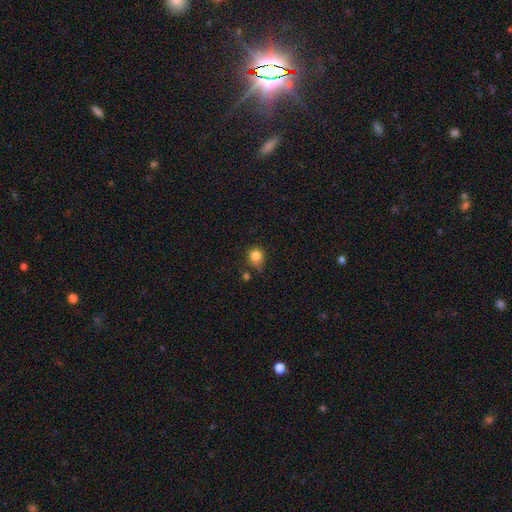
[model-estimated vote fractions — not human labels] smooth 82%, star or artifact 11%, featured or disk 6%. Down the decision tree: how rounded — round (82%); merging — none (62%).